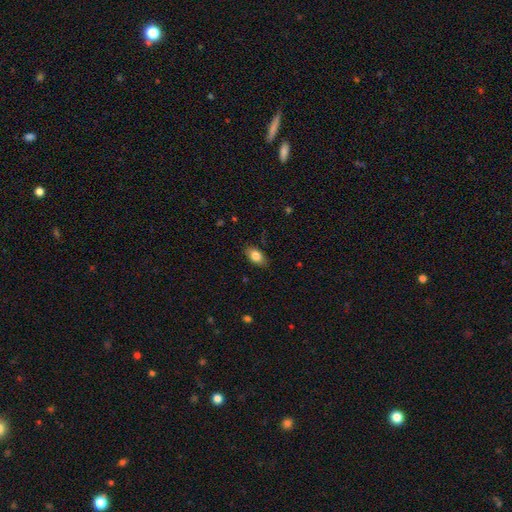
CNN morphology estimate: Smooth or featured? smooth (82%)
How rounded? in between (89%)
Merging? none (84%)